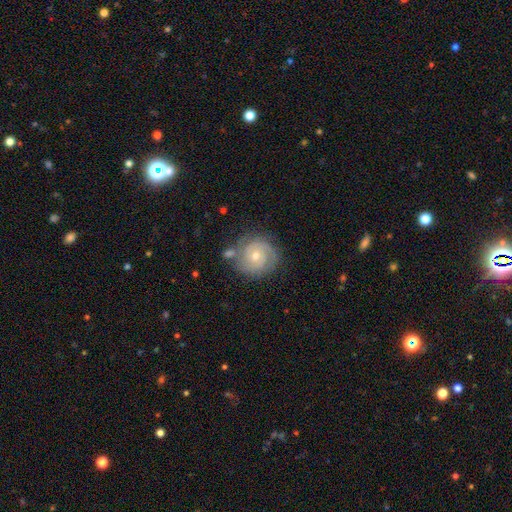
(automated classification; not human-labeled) Smooth or featured? featured or disk (82%)
Edge-on disk? no (98%)
Bar? no (71%)
Spiral arms? yes (96%)
Spiral winding? tight (71%)
Spiral arm count? 2 (64%)
Bulge size? small (49%)
Merging? none (76%)